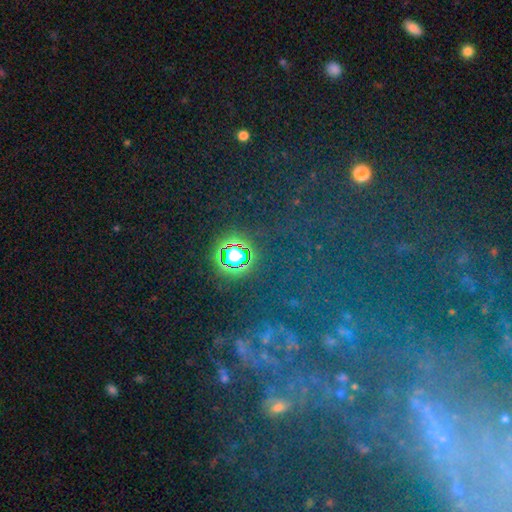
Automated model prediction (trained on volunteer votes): Q: Smooth or featured?
A: star or artifact (52%); runner-up: featured or disk (31%)